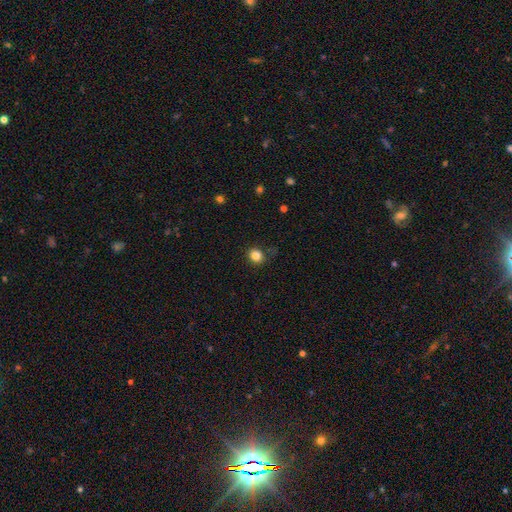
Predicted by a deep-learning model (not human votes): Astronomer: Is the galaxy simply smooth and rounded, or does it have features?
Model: smooth — 85%.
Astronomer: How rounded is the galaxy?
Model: round — 77%.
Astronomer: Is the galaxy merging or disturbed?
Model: none — 82%.